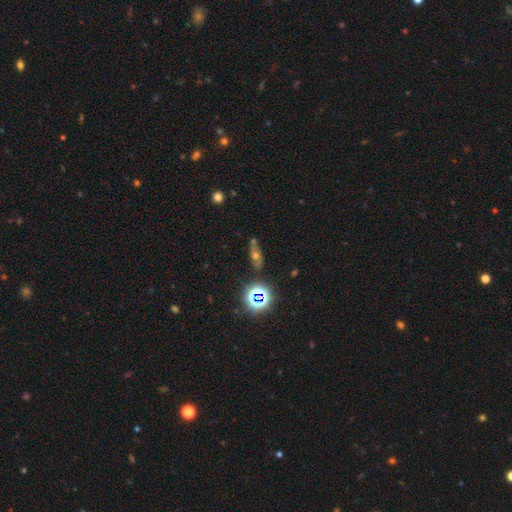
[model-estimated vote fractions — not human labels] A star or artifact, not a galaxy (37%).